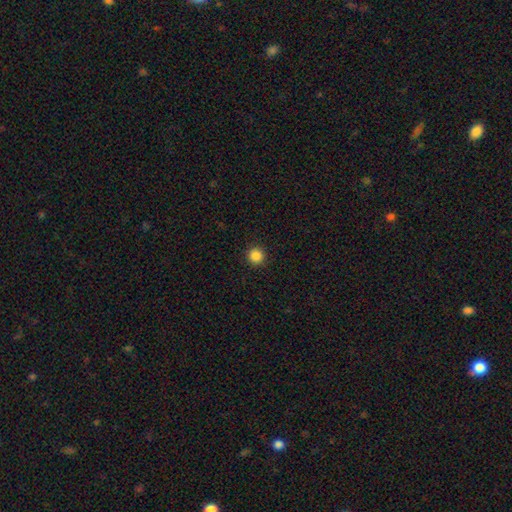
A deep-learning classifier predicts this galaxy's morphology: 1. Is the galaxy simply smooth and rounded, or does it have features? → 86% smooth, 11% star or artifact, 3% featured or disk.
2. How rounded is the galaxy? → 96% round, 3% in between, 1% cigar-shaped.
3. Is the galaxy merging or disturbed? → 93% none, 5% minor disturbance, 2% major disturbance, 1% merger.